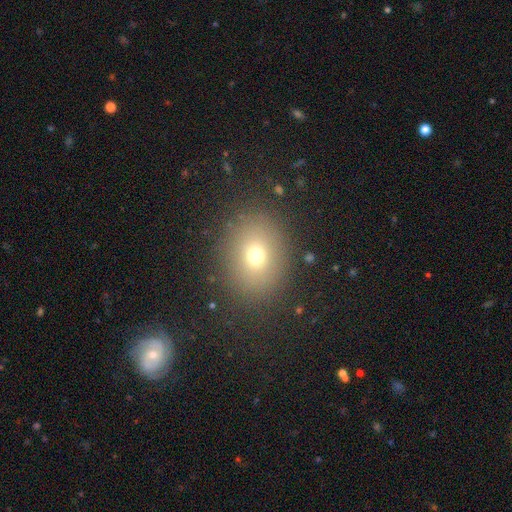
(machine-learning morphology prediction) Q: Smooth or featured?
A: smooth (70%); runner-up: star or artifact (17%)
Q: How rounded?
A: round (57%); runner-up: in between (42%)
Q: Merging?
A: none (85%); runner-up: minor disturbance (9%)